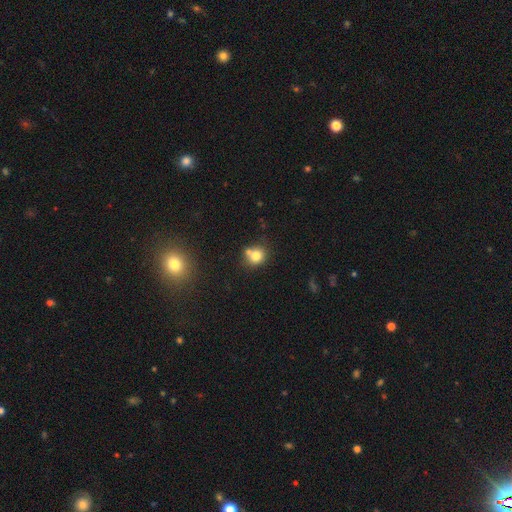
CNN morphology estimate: A smooth galaxy with no disk features (77%) that is round (81%). Merging: none (55%).